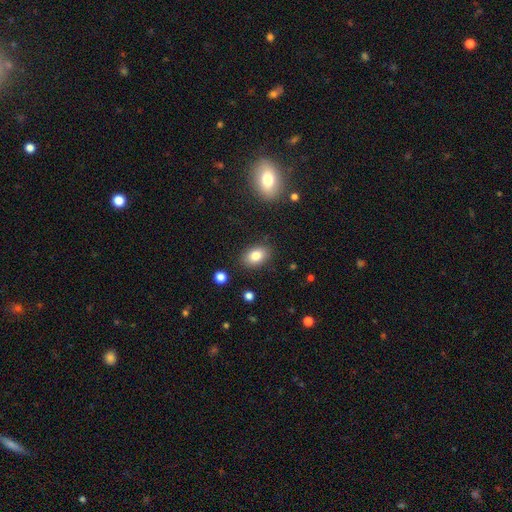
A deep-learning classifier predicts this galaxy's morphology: smooth 83%, star or artifact 9%, featured or disk 8%. Down the decision tree: how rounded — in between (84%); merging — none (85%).